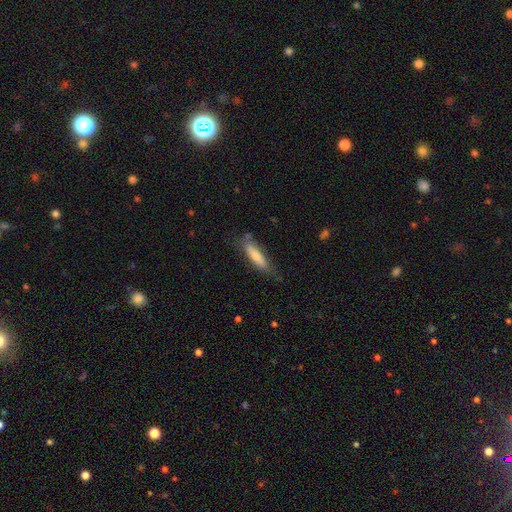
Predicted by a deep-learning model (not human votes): Morphology: type=smooth (63%); roundness=cigar-shaped (79%); merging=none (72%).